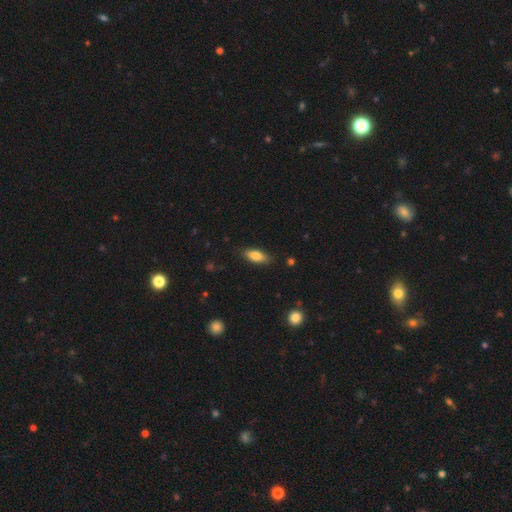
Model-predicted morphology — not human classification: The model was most divided on "how rounded": in between: 78%, cigar-shaped: 20%, round: 2%. More confident: merging — none (85%); smooth or featured — smooth (82%).